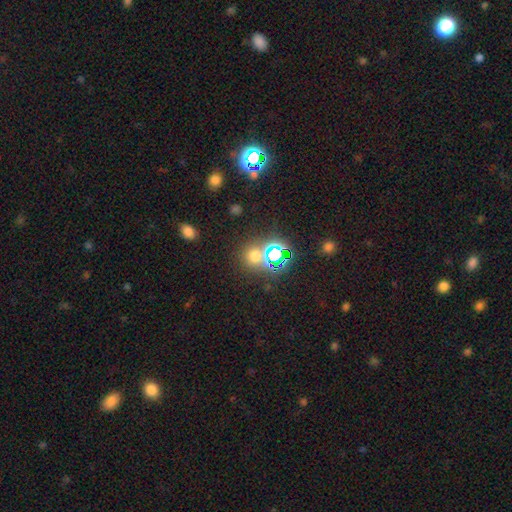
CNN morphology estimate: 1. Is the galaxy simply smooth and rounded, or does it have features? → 51% smooth, 42% star or artifact, 7% featured or disk.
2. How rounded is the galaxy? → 85% round, 14% in between, 1% cigar-shaped.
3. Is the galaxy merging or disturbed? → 71% none, 16% merger, 9% minor disturbance, 4% major disturbance.